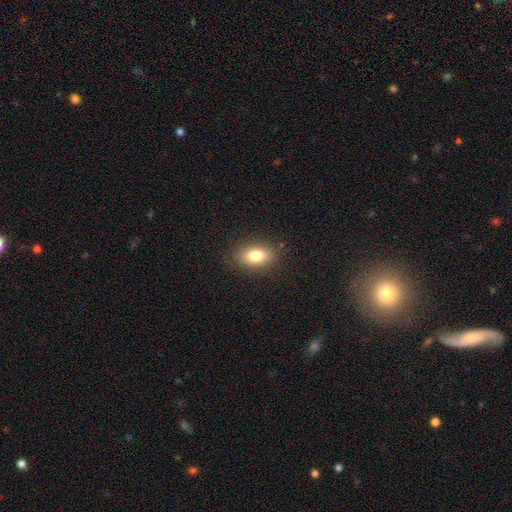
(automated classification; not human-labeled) Morphology: type=smooth (79%); roundness=in between (84%); merging=none (86%).